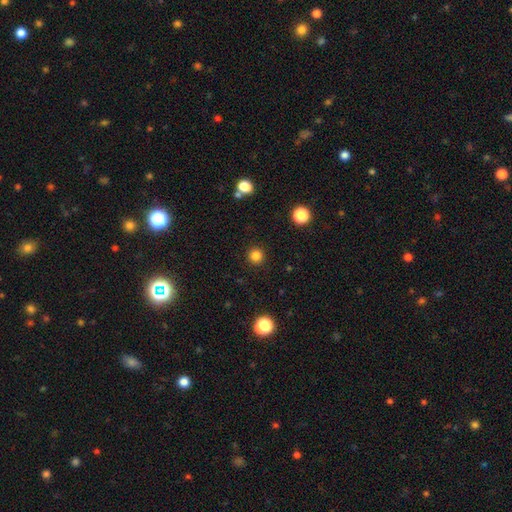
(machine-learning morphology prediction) This is clearly a smooth galaxy (82%). How rounded: clearly round (95%). Merging: clearly none (92%).